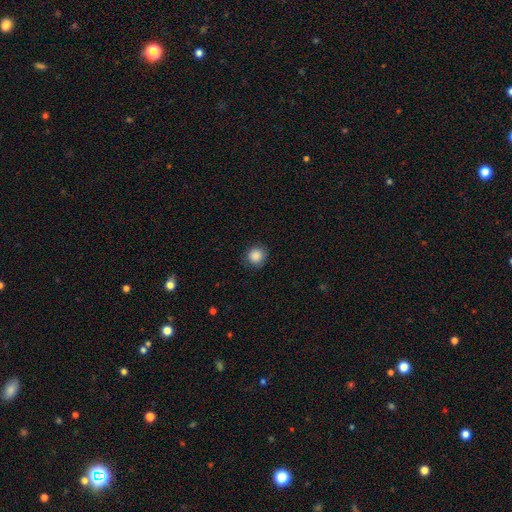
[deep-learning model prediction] smooth_or_featured: smooth (p=0.88) [alt: star or artifact p=0.09]
how_rounded: round (p=0.93) [alt: in between p=0.07]
merging: none (p=0.87) [alt: minor disturbance p=0.09]